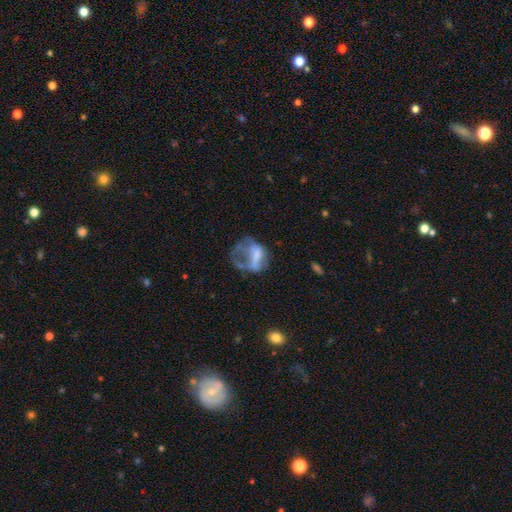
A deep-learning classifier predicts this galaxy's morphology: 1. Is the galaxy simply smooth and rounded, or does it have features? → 44% featured or disk, 43% smooth, 13% star or artifact.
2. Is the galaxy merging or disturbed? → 50% major disturbance, 23% none, 18% minor disturbance, 8% merger.